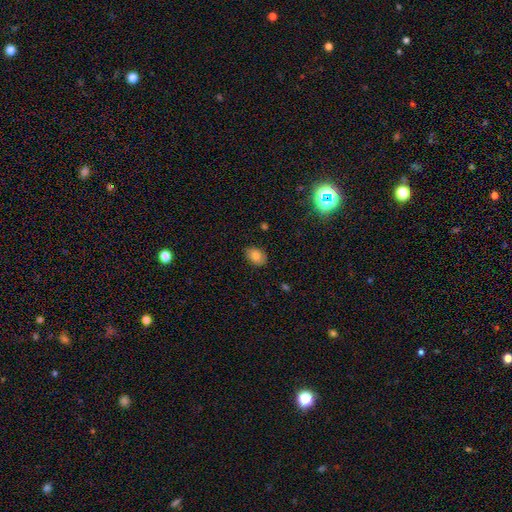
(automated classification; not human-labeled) Smooth or featured?
  - smooth: 80% *
  - featured or disk: 11%
  - star or artifact: 9%
How rounded?
  - in between: 74% *
  - round: 25%
  - cigar-shaped: 1%
Merging?
  - none: 82% *
  - minor disturbance: 14%
  - major disturbance: 3%
  - merger: 1%